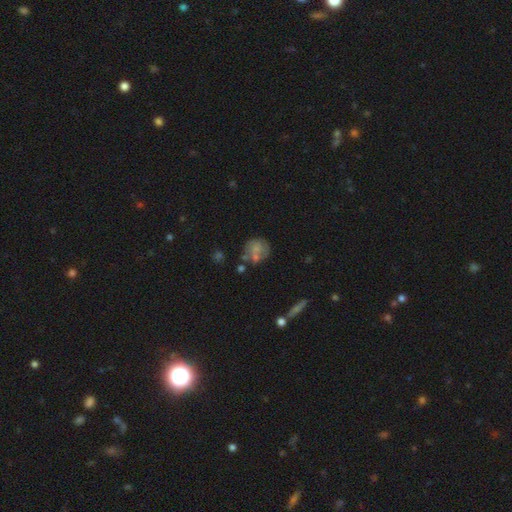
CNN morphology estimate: smooth 45%, featured or disk 34%, star or artifact 21%. Down the decision tree: merging — none (59%).